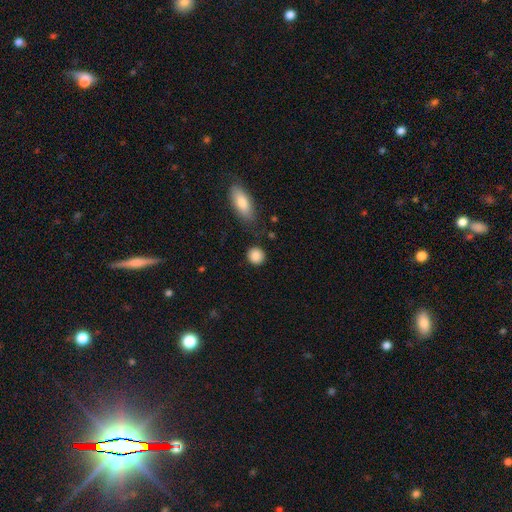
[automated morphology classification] type=smooth (88%); roundness=round (88%); merging=none (85%).